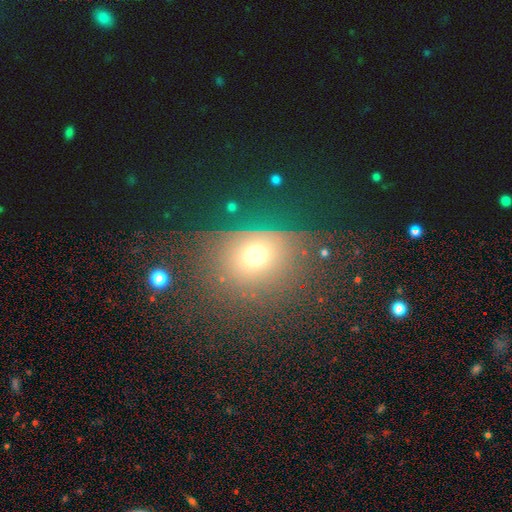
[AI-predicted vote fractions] A smooth galaxy with no disk features (57%) that is round (66%).

Vote fractions:
- Smooth or featured? smooth: 57% / star or artifact: 26% / featured or disk: 18%
- How rounded? round: 66% / in between: 32% / cigar-shaped: 2%
- Merging? none: 65% / minor disturbance: 18% / major disturbance: 13% / merger: 3%